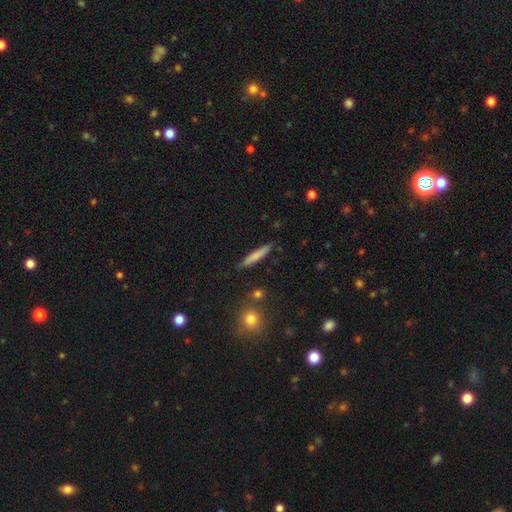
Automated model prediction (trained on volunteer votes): Q: Smooth or featured?
A: smooth (73%); runner-up: featured or disk (21%)
Q: How rounded?
A: cigar-shaped (92%); runner-up: in between (6%)
Q: Merging?
A: none (85%); runner-up: minor disturbance (11%)